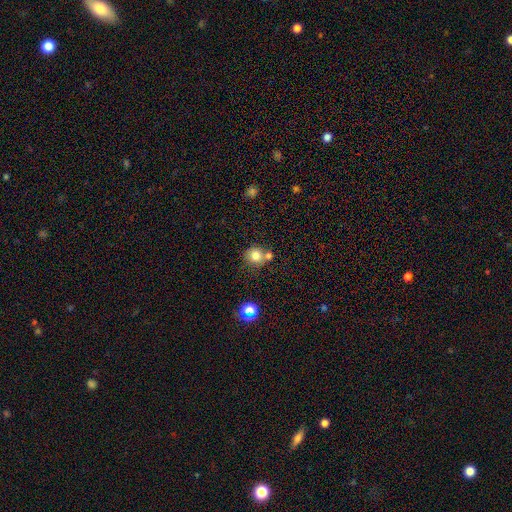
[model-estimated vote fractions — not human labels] Q: Smooth or featured?
A: smooth (79%); runner-up: star or artifact (12%)
Q: How rounded?
A: round (89%); runner-up: in between (10%)
Q: Merging?
A: none (60%); runner-up: merger (25%)